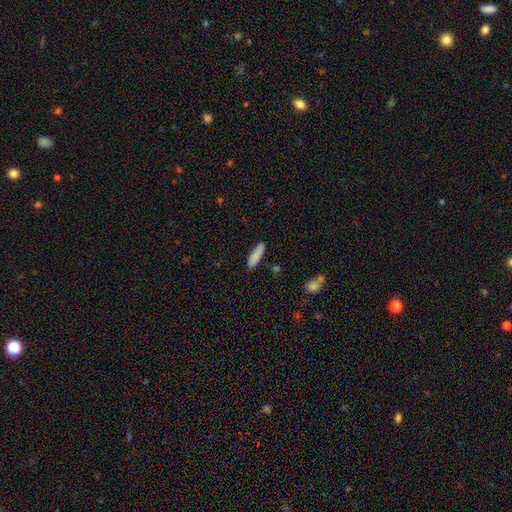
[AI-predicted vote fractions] Q: Smooth or featured?
A: smooth (85%); runner-up: featured or disk (9%)
Q: How rounded?
A: cigar-shaped (60%); runner-up: in between (38%)
Q: Merging?
A: none (86%); runner-up: minor disturbance (10%)